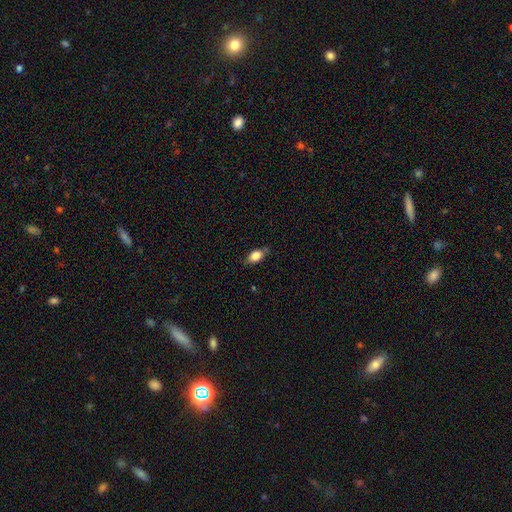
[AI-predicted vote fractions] Smooth or featured? smooth (78%)
How rounded? in between (84%)
Merging? none (75%)